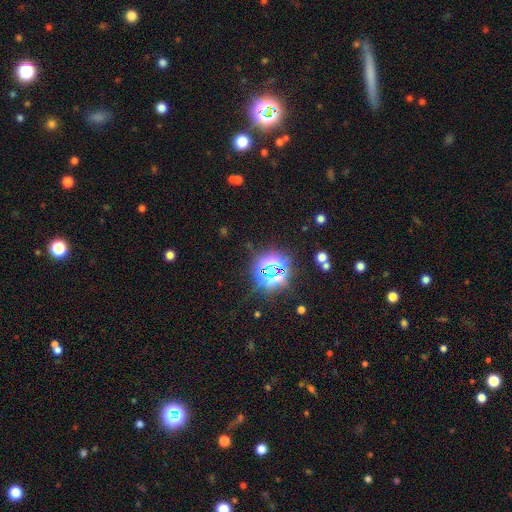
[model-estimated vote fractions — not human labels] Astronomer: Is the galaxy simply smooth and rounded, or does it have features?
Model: star or artifact — 74%.